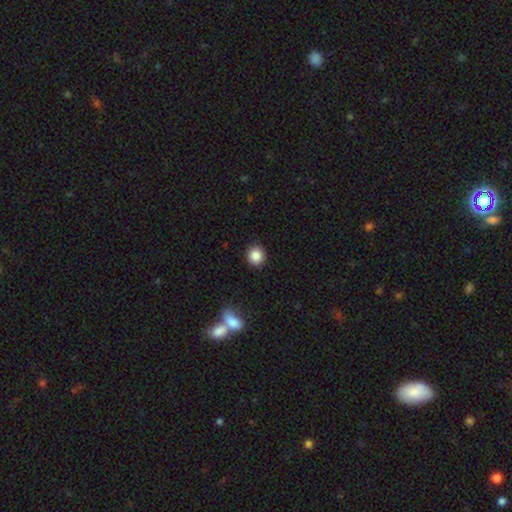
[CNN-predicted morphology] smooth 86%, star or artifact 10%, featured or disk 5%. Down the decision tree: how rounded — round (89%); merging — none (89%).